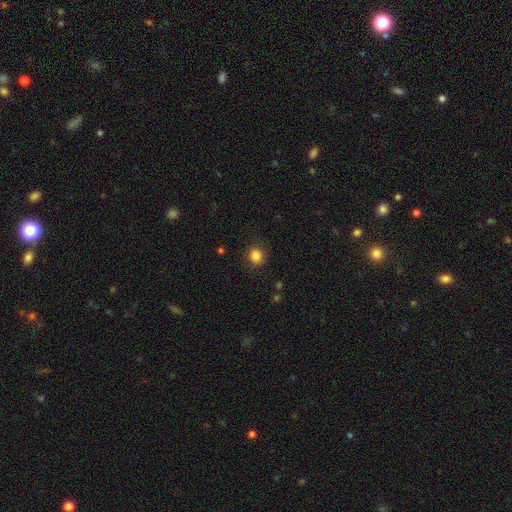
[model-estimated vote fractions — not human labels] Smooth or featured: smooth — 85% (star or artifact — 11%)
How rounded: round — 84% (in between — 15%)
Merging: none — 88% (minor disturbance — 8%)